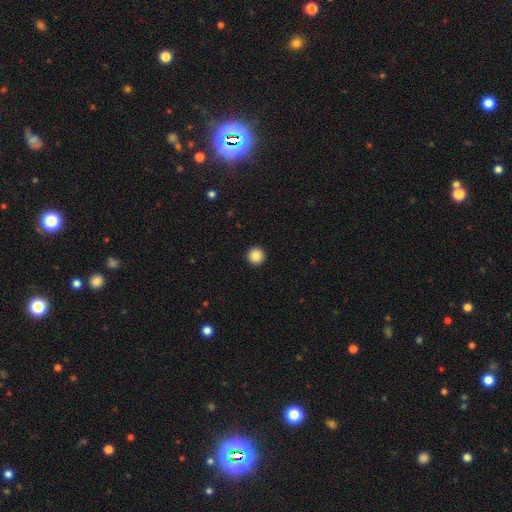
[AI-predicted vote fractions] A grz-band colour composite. It shows a smooth galaxy with no disk features (87%) that is round (97%). Merging: none (94%).